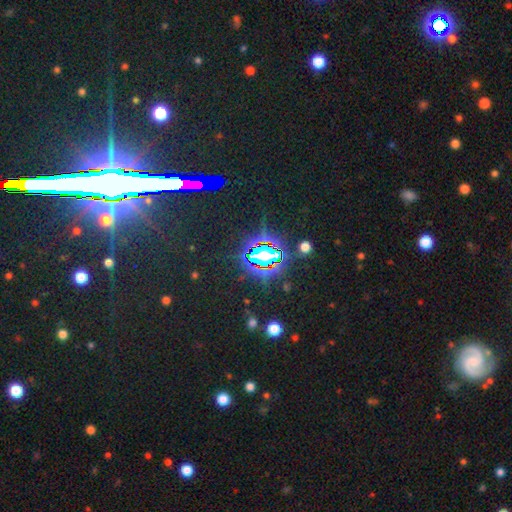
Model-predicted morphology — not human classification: Overall: star or artifact (80%).